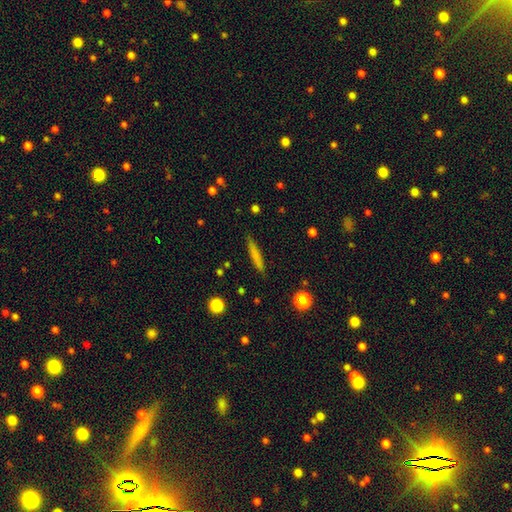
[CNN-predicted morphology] Smooth or featured? Predicted: smooth (p=0.71). How rounded? Predicted: cigar-shaped (p=0.92). Merging? Predicted: none (p=0.87).